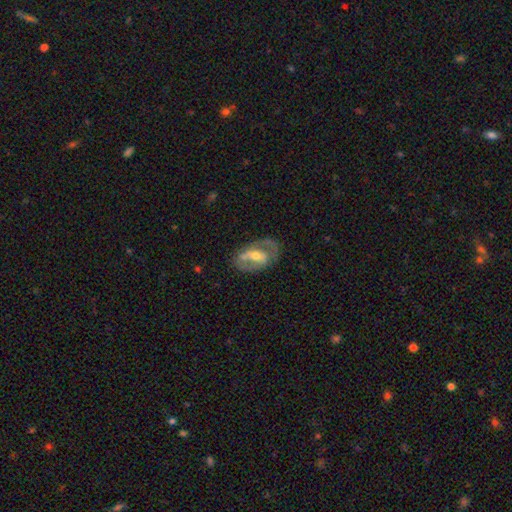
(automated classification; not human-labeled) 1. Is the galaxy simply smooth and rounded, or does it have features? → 72% featured or disk, 22% smooth, 6% star or artifact.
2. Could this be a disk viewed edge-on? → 92% no, 8% yes.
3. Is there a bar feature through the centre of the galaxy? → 41% strong, 34% weak, 25% no.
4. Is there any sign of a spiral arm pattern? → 57% yes, 43% no.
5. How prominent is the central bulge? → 63% moderate, 28% small, 6% large, 1% none, 1% dominant.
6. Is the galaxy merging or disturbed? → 66% none, 20% minor disturbance, 11% major disturbance, 2% merger.